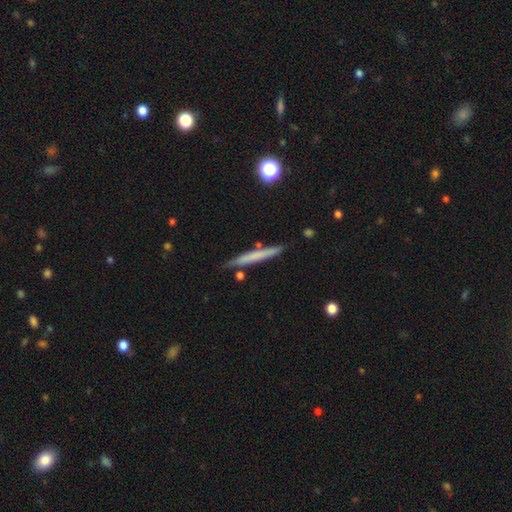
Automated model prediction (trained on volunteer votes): A smooth galaxy with no disk features (58%) that is cigar-shaped (96%). Merging: none (83%).